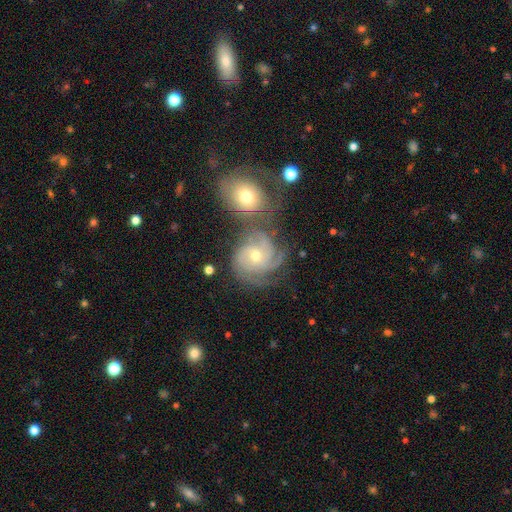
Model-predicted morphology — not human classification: Smooth or featured: featured or disk — 83% (smooth — 9%)
Edge-on disk: no — 98% (yes — 2%)
Bar: no — 72% (weak — 24%)
Spiral arms: yes — 97% (no — 3%)
Spiral winding: tight — 58% (medium — 35%)
Spiral arm count: 3 — 47% (4 — 19%)
Bulge size: small — 49% (moderate — 47%)
Merging: none — 50% (merger — 22%)